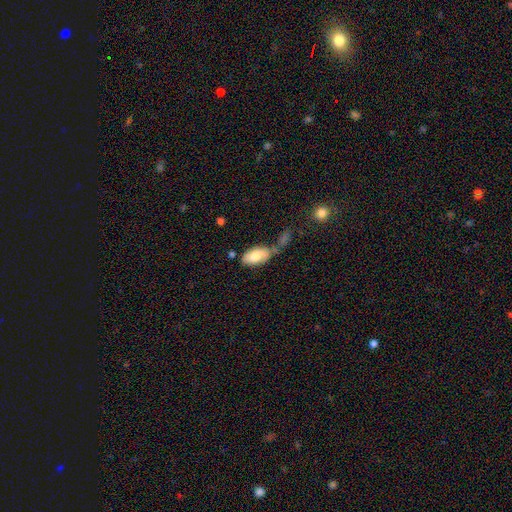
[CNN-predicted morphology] Smooth or featured? Predicted: smooth (p=0.75). How rounded? Predicted: in between (p=0.94). Merging? Predicted: none (p=0.49).